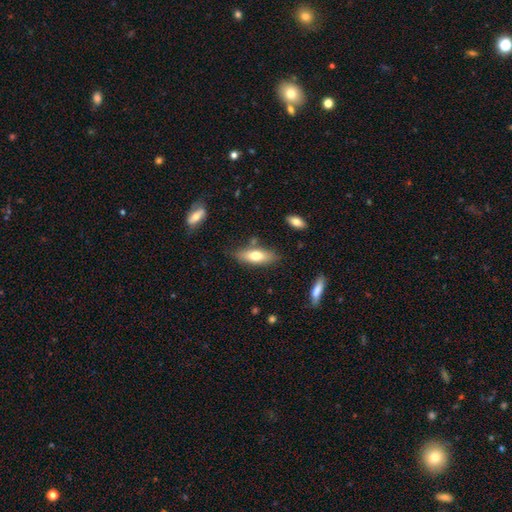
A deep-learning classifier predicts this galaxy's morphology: Smooth or featured?
  - smooth: 70% *
  - featured or disk: 24%
  - star or artifact: 6%
How rounded?
  - in between: 61% *
  - cigar-shaped: 37%
  - round: 2%
Merging?
  - none: 77% *
  - minor disturbance: 15%
  - merger: 5%
  - major disturbance: 3%